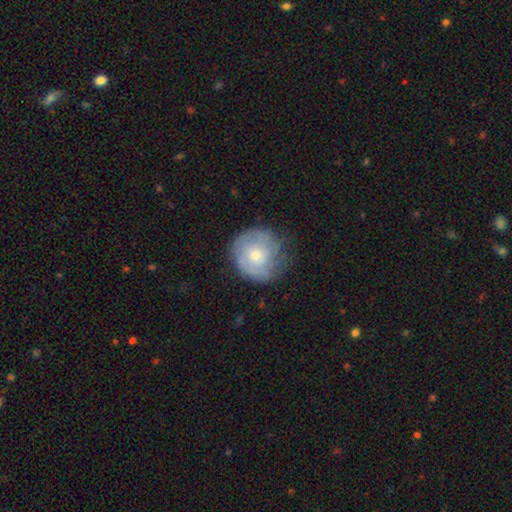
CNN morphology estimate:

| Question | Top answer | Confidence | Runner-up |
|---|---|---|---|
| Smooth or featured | featured or disk | 56% | smooth (37%) |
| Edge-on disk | no | 97% | yes (3%) |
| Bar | no | 82% | weak (16%) |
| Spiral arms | yes | 78% | no (22%) |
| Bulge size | moderate | 49% | small (47%) |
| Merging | none | 69% | minor disturbance (22%) |